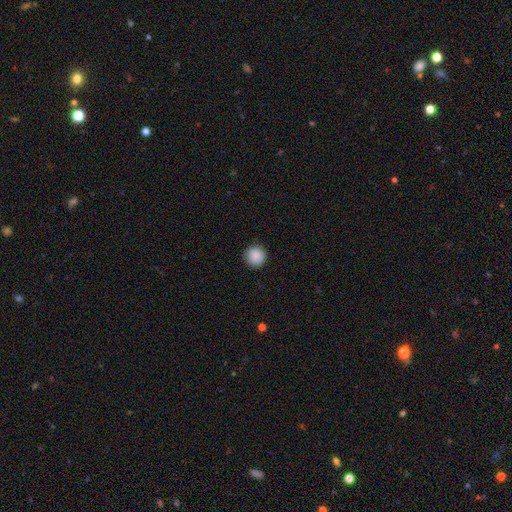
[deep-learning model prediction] Smooth or featured?
  - smooth: 89% *
  - star or artifact: 8%
  - featured or disk: 3%
How rounded?
  - round: 95% *
  - in between: 4%
  - cigar-shaped: 1%
Merging?
  - none: 92% *
  - minor disturbance: 5%
  - major disturbance: 2%
  - merger: 1%